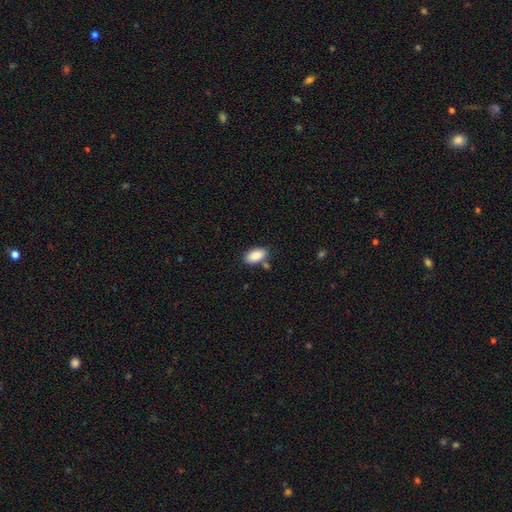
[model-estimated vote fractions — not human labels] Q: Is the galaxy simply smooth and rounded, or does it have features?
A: smooth — 89%.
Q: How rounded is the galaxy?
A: in between — 94%.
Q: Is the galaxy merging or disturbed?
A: none — 76%.